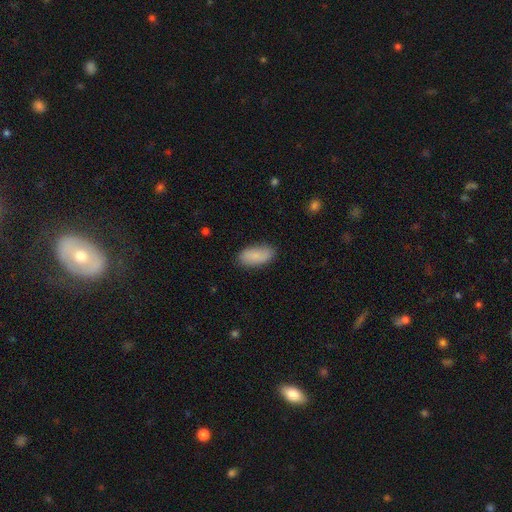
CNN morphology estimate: Overall: smooth (84%). How rounded: in between (91%). Merging: none (84%).